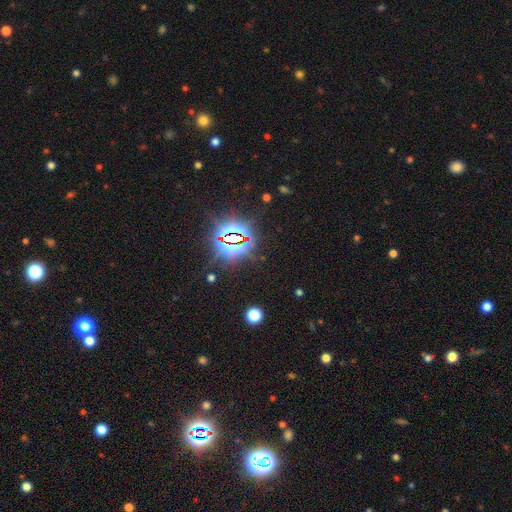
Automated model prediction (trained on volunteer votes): Q: Smooth or featured?
A: star or artifact (84%); runner-up: smooth (9%)